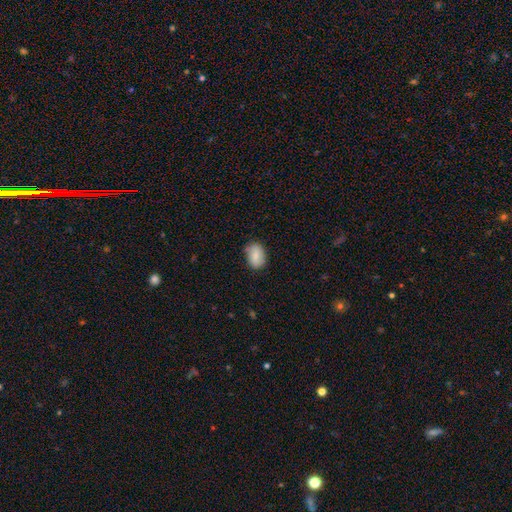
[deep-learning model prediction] Morphology: type=smooth (82%); roundness=in between (82%); merging=none (78%).